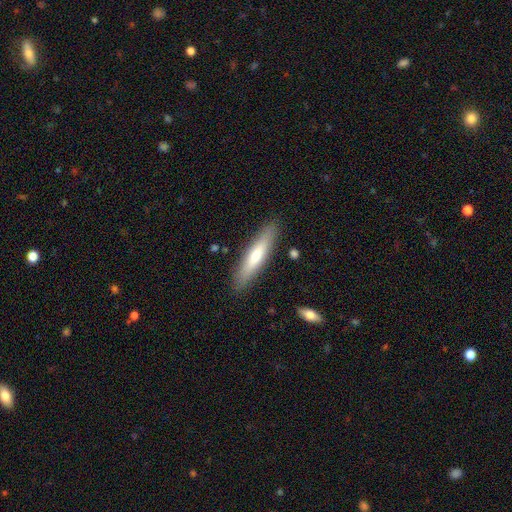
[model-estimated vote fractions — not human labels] smooth-or-featured: smooth: 62% | featured or disk: 33% | star or artifact: 6%
  how-rounded: cigar-shaped: 83% | in between: 16% | round: 1%
  merging: none: 88% | minor disturbance: 9% | major disturbance: 2% | merger: 1%